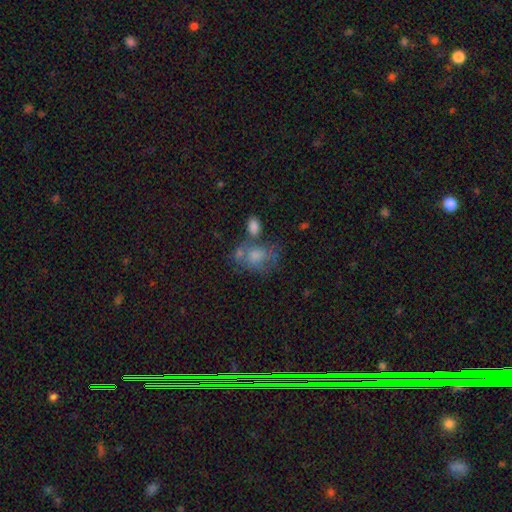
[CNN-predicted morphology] A smooth galaxy with no disk features (58%) that is in between round and cigar-shaped (64%).

Vote fractions:
- Smooth or featured? smooth: 58% / featured or disk: 28% / star or artifact: 14%
- How rounded? in between: 64% / round: 34% / cigar-shaped: 2%
- Merging? none: 34% / merger: 29% / minor disturbance: 19% / major disturbance: 18%